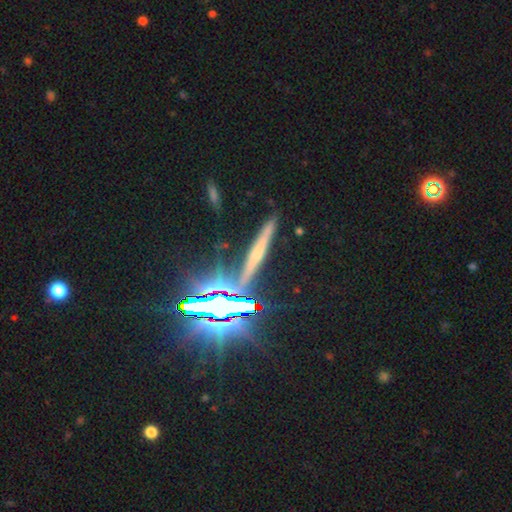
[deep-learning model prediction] Q: Smooth or featured?
A: featured or disk (44%); runner-up: star or artifact (32%)
Q: Merging?
A: none (78%); runner-up: minor disturbance (12%)